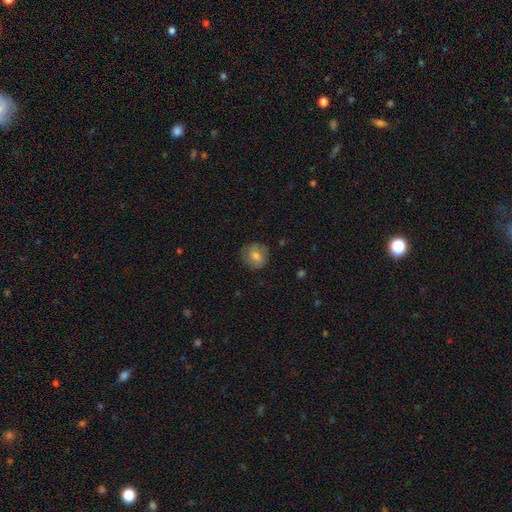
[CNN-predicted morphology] A smooth galaxy with no disk features (71%) that is round (84%).

Vote fractions:
- Smooth or featured? smooth: 71% / featured or disk: 18% / star or artifact: 10%
- How rounded? round: 84% / in between: 15% / cigar-shaped: 1%
- Merging? none: 82% / minor disturbance: 13% / major disturbance: 4% / merger: 1%